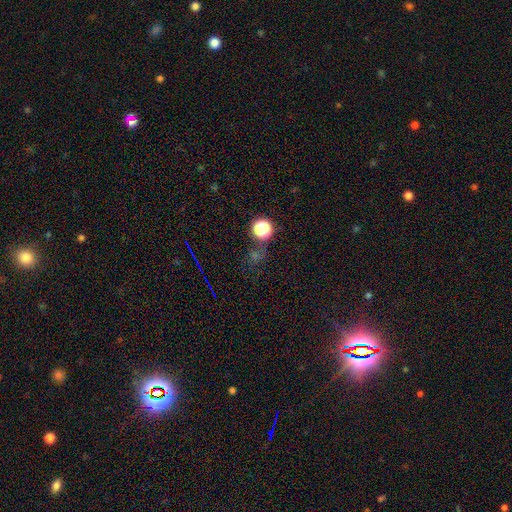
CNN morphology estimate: Smooth or featured: star or artifact — 47% (smooth — 44%)